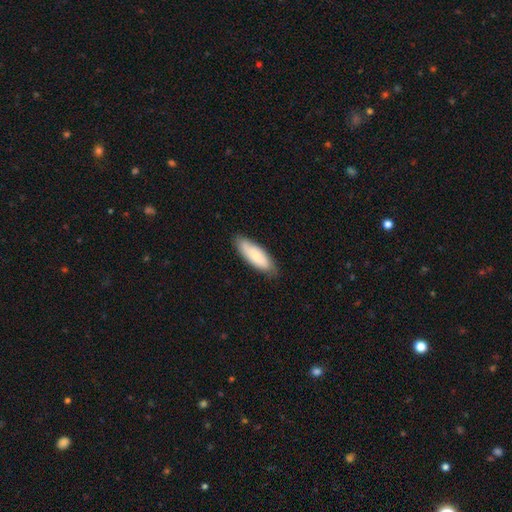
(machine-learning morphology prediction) A smooth galaxy with no disk features (74%) that is in between round and cigar-shaped (63%).

Vote fractions:
- Smooth or featured? smooth: 74% / featured or disk: 20% / star or artifact: 6%
- How rounded? in between: 63% / cigar-shaped: 36% / round: 2%
- Merging? none: 80% / minor disturbance: 16% / major disturbance: 3% / merger: 1%